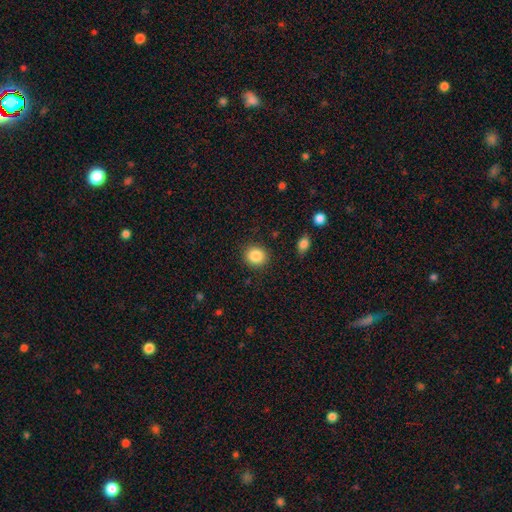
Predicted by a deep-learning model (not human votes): Smooth or featured? Predicted: smooth (p=0.87). How rounded? Predicted: round (p=0.85). Merging? Predicted: none (p=0.89).